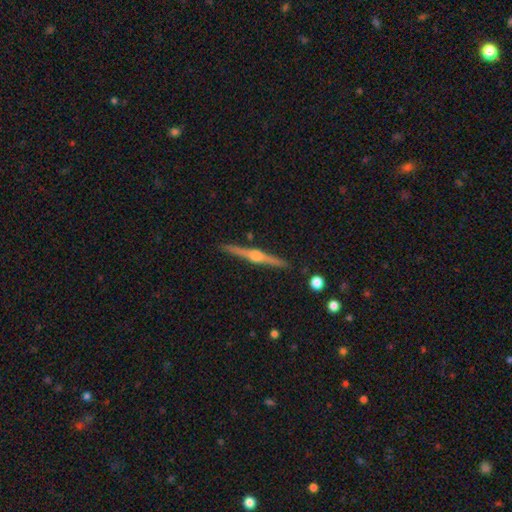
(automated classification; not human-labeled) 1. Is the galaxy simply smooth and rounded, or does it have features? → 84% featured or disk, 11% smooth, 5% star or artifact.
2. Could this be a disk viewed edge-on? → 99% yes, 1% no.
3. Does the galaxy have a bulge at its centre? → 92% rounded, 4% boxy, 4% none.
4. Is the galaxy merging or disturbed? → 92% none, 5% minor disturbance, 1% merger, 1% major disturbance.